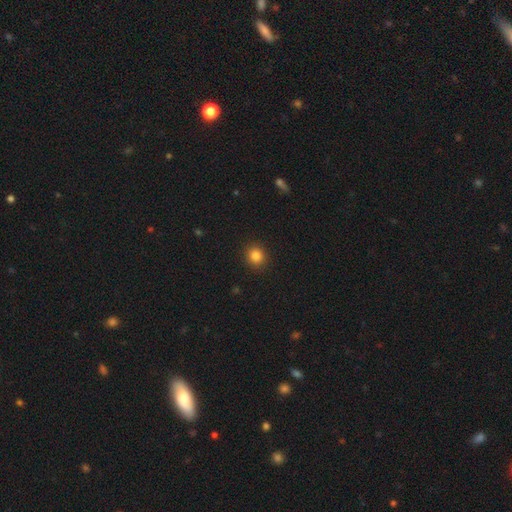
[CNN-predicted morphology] Smooth or featured? Predicted: smooth (p=0.84). How rounded? Predicted: round (p=0.83). Merging? Predicted: none (p=0.91).